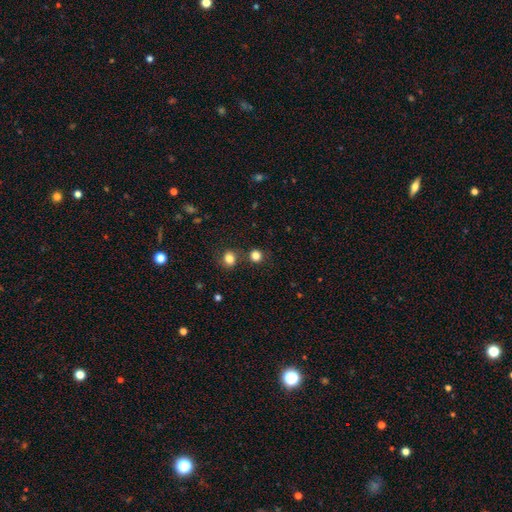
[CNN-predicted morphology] Overall: smooth (82%). How rounded: round (87%). Merging: none (73%).